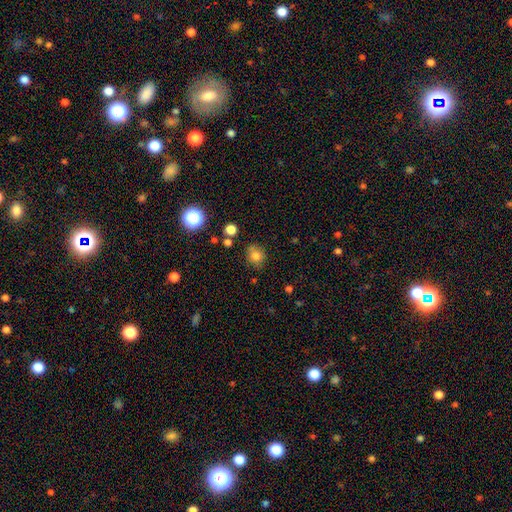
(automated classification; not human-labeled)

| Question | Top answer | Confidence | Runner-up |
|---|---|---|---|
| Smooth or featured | smooth | 78% | star or artifact (14%) |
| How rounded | round | 69% | in between (30%) |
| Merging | none | 75% | minor disturbance (16%) |